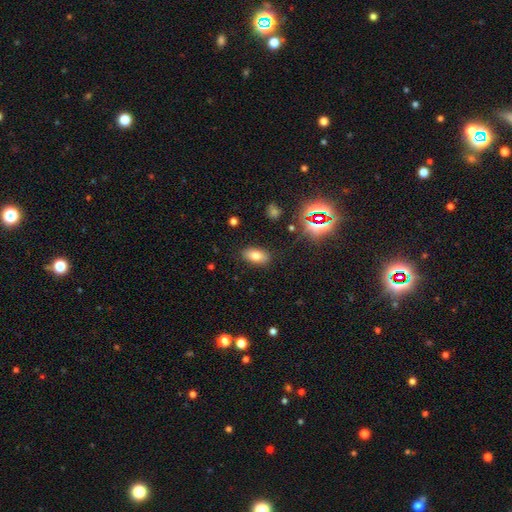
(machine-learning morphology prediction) Smooth or featured? smooth (77%)
How rounded? in between (90%)
Merging? none (86%)